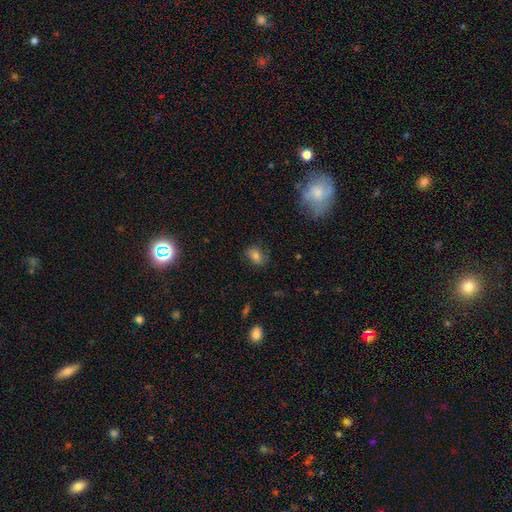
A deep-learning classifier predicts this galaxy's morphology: smooth-or-featured: smooth: 68% | featured or disk: 19% | star or artifact: 13%
  how-rounded: in between: 64% | round: 34% | cigar-shaped: 2%
  merging: none: 72% | minor disturbance: 19% | major disturbance: 7% | merger: 1%